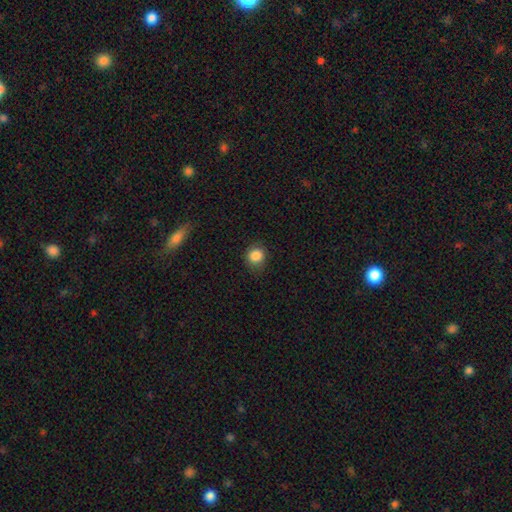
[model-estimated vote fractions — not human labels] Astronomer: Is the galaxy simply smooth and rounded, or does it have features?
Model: smooth — 86%.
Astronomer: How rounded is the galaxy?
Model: round — 81%.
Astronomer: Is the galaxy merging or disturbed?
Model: none — 81%.